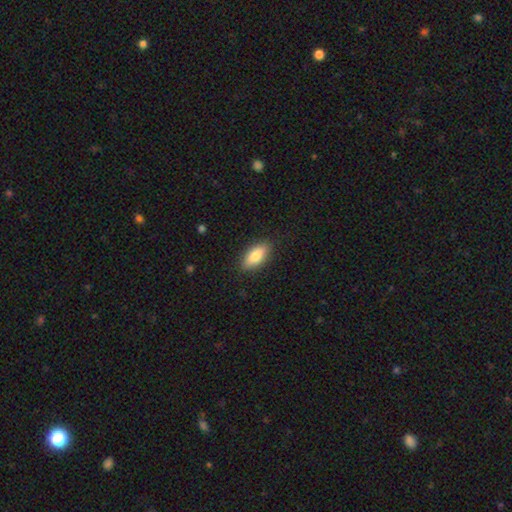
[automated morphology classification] Overall: smooth (82%). How rounded: in between (84%). Merging: none (87%).